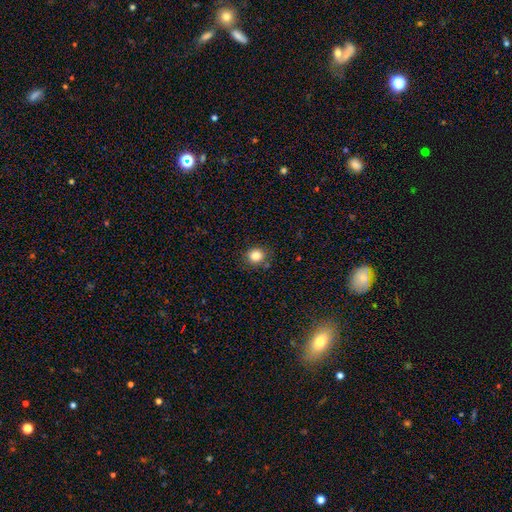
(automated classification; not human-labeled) Overall: smooth (84%). How rounded: round (79%). Merging: none (84%).